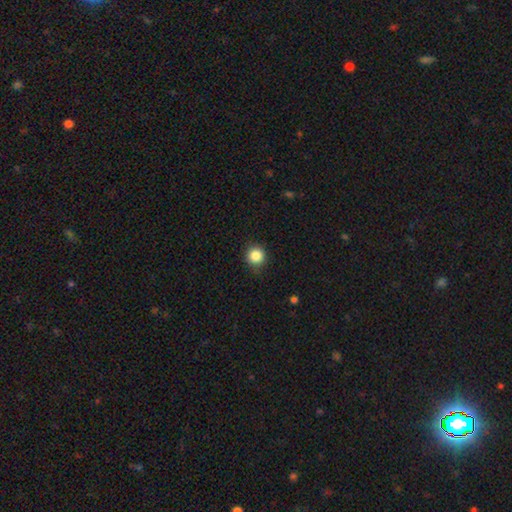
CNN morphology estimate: type=smooth (86%); roundness=round (94%); merging=none (86%).